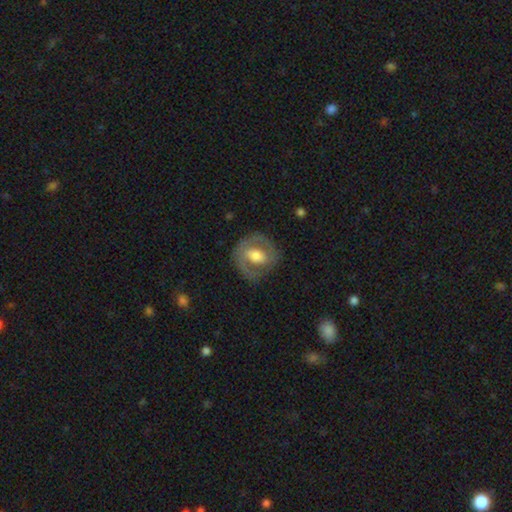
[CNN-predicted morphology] Overall: featured or disk (63%; smooth 31%). Edge-on disk: no (96%). Bar: no (40%; weak 39%). Spiral arms: yes (62%; no 38%). Bulge size: moderate (59%; large 26%). Merging: none (76%).